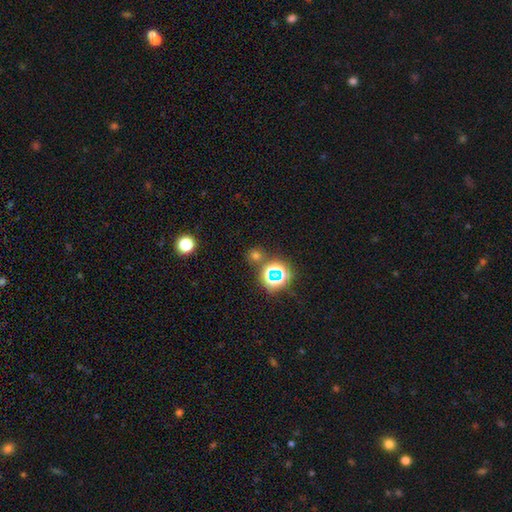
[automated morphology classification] Q: Smooth or featured?
A: smooth (56%); runner-up: star or artifact (38%)
Q: How rounded?
A: round (87%); runner-up: in between (12%)
Q: Merging?
A: none (77%); runner-up: merger (11%)